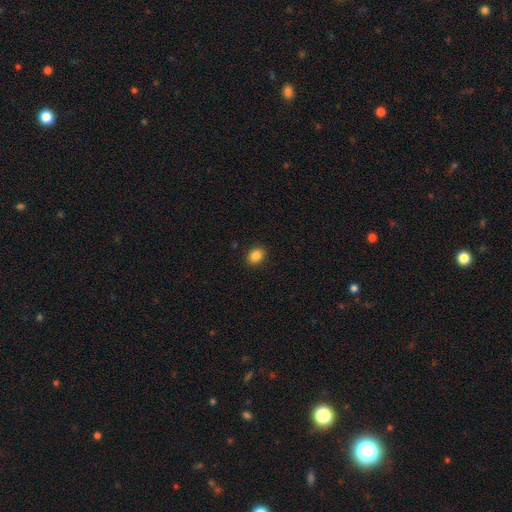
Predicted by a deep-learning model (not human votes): smooth-or-featured: smooth: 86% | star or artifact: 10% | featured or disk: 4%
  how-rounded: round: 53% | in between: 46% | cigar-shaped: 1%
  merging: none: 91% | minor disturbance: 6% | major disturbance: 2% | merger: 1%